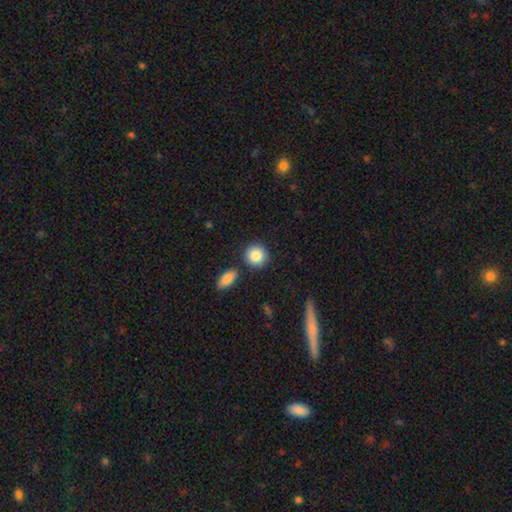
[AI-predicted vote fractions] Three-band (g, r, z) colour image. It shows a smooth galaxy with no disk features (87%) that is round (88%). Merging: none (82%).